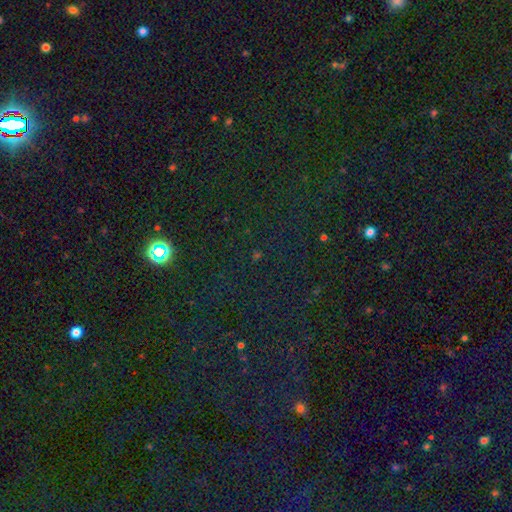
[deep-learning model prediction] smooth-or-featured: star or artifact: 75% | smooth: 18% | featured or disk: 7%